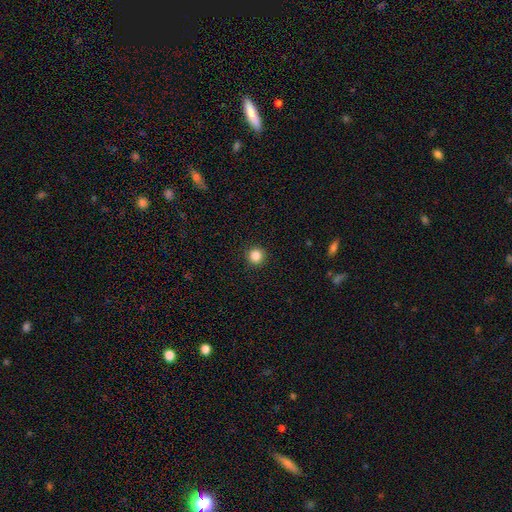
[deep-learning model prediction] Smooth or featured? smooth (85%)
How rounded? round (95%)
Merging? none (93%)